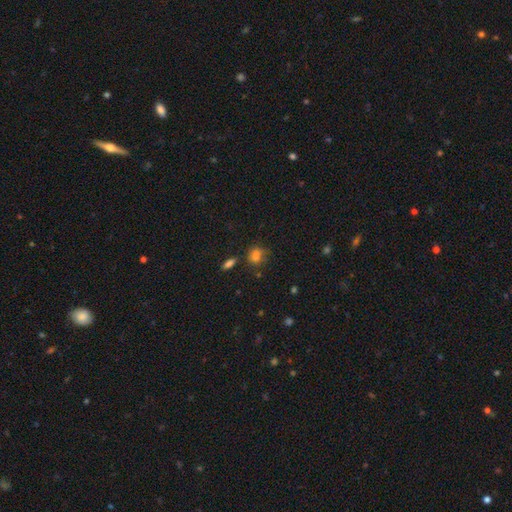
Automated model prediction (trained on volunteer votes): smooth-or-featured: smooth: 77% | star or artifact: 14% | featured or disk: 9%
  how-rounded: round: 53% | in between: 44% | cigar-shaped: 2%
  merging: none: 55% | minor disturbance: 26% | major disturbance: 11% | merger: 9%